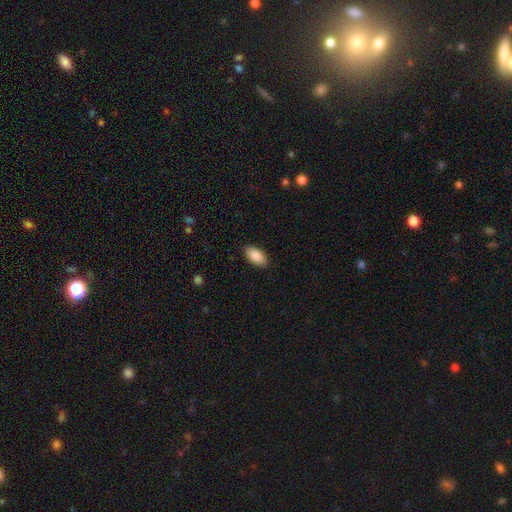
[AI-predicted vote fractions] Smooth or featured?
  - smooth: 89% *
  - star or artifact: 6%
  - featured or disk: 5%
How rounded?
  - in between: 94% *
  - cigar-shaped: 3%
  - round: 2%
Merging?
  - none: 89% *
  - minor disturbance: 8%
  - major disturbance: 2%
  - merger: 1%